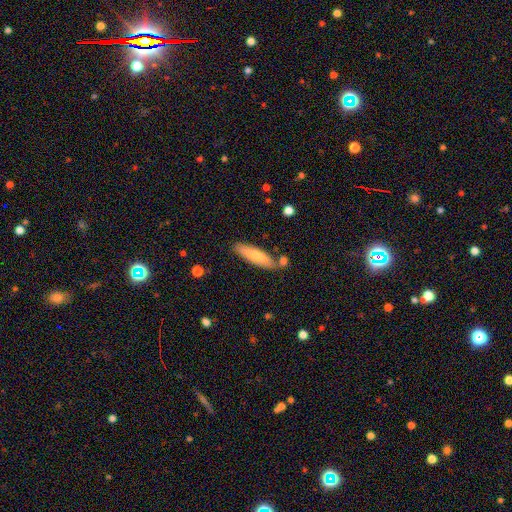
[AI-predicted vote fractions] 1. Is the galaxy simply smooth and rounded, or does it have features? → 72% smooth, 22% featured or disk, 5% star or artifact.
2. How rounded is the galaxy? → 69% cigar-shaped, 29% in between, 2% round.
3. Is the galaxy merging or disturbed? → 77% none, 13% minor disturbance, 7% merger, 2% major disturbance.